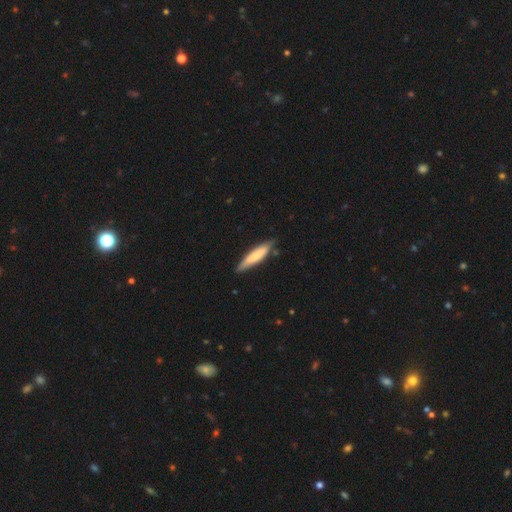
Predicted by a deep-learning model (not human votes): Smooth or featured? Predicted: smooth (p=0.67). How rounded? Predicted: cigar-shaped (p=0.82). Merging? Predicted: none (p=0.77).